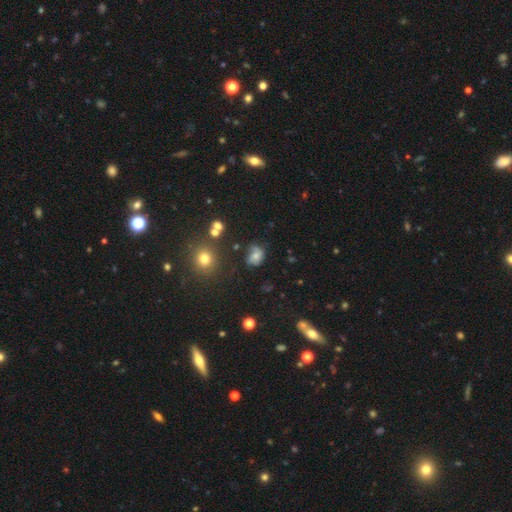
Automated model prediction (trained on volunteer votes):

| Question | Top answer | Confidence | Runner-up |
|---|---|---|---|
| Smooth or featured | smooth | 51% | featured or disk (32%) |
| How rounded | in between | 50% | round (49%) |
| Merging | none | 52% | minor disturbance (28%) |